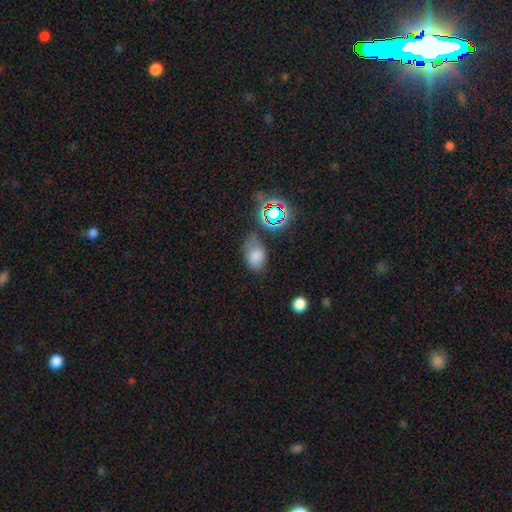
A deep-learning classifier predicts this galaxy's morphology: Smooth or featured: smooth — 71% (star or artifact — 19%)
How rounded: in between — 81% (round — 18%)
Merging: none — 55% (minor disturbance — 28%)